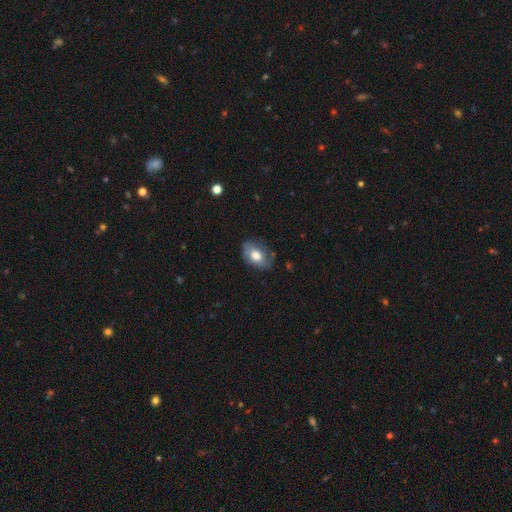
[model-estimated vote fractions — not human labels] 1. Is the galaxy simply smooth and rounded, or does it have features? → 57% smooth, 36% featured or disk, 8% star or artifact.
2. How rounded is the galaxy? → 83% in between, 16% round, 1% cigar-shaped.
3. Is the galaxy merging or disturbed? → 66% none, 25% minor disturbance, 7% major disturbance, 2% merger.